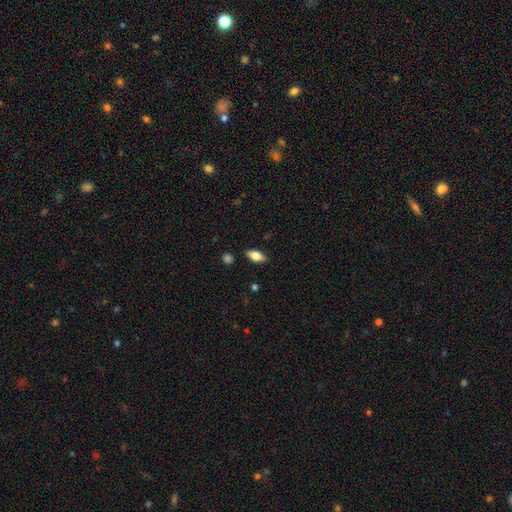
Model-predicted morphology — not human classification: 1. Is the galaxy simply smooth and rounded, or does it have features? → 70% smooth, 23% featured or disk, 7% star or artifact.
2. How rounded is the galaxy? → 84% in between, 13% cigar-shaped, 3% round.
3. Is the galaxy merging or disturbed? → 86% none, 10% minor disturbance, 2% major disturbance, 2% merger.